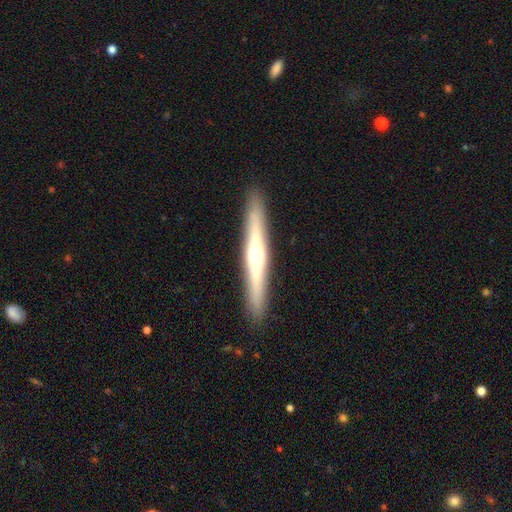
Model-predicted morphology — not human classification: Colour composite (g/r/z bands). It shows a featured or disk galaxy (63%) viewed edge-on (96%) with a rounded central bulge (86%). Merging: none (91%).